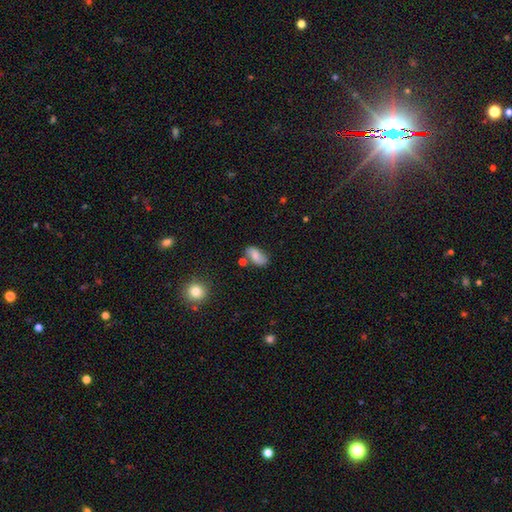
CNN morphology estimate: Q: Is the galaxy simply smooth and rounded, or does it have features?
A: smooth — 74%.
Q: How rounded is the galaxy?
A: in between — 90%.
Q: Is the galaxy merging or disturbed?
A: none — 62%.